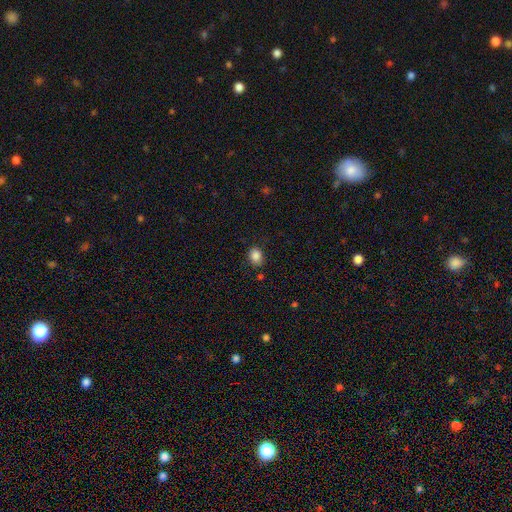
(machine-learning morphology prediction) Overall: smooth (86%). How rounded: round (51%; in between 48%). Merging: none (79%).